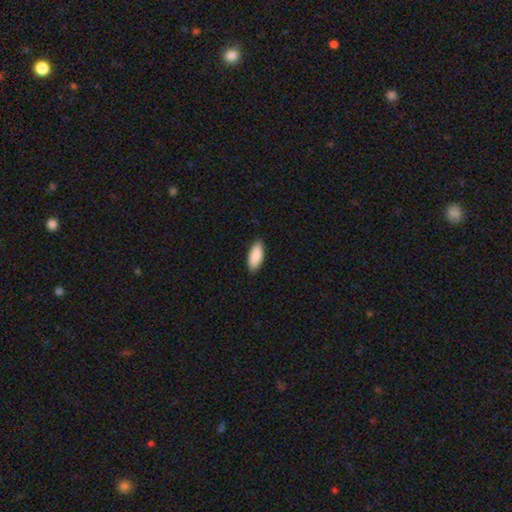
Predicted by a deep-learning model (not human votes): This is clearly a smooth galaxy (90%). How rounded: clearly in between (81%). Merging: clearly none (86%).